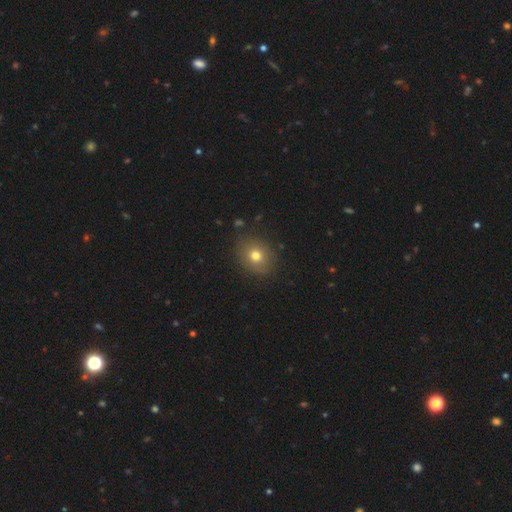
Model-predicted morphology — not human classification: A smooth galaxy with no disk features (74%) that is round (63%). Merging: none (85%).